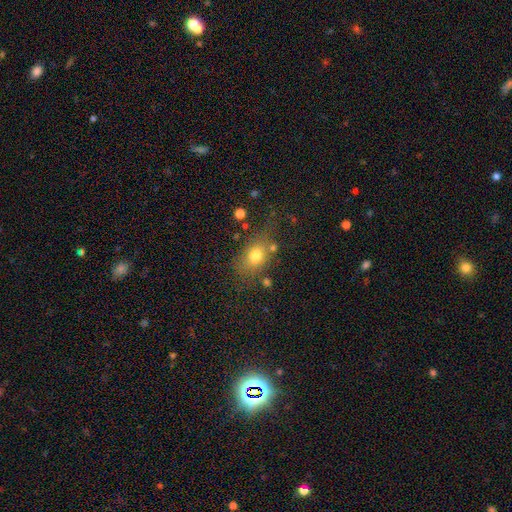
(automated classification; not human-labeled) Q: Smooth or featured?
A: smooth (74%); runner-up: star or artifact (13%)
Q: How rounded?
A: in between (59%); runner-up: round (39%)
Q: Merging?
A: none (63%); runner-up: minor disturbance (19%)